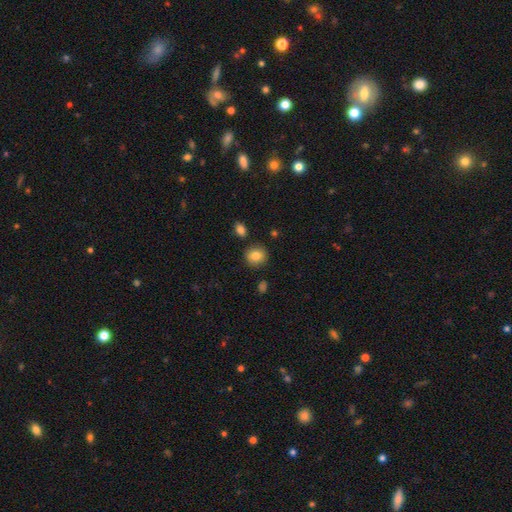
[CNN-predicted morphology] smooth-or-featured: smooth: 82% | star or artifact: 9% | featured or disk: 9%
  how-rounded: round: 86% | in between: 13% | cigar-shaped: 1%
  merging: none: 86% | minor disturbance: 8% | merger: 4% | major disturbance: 2%